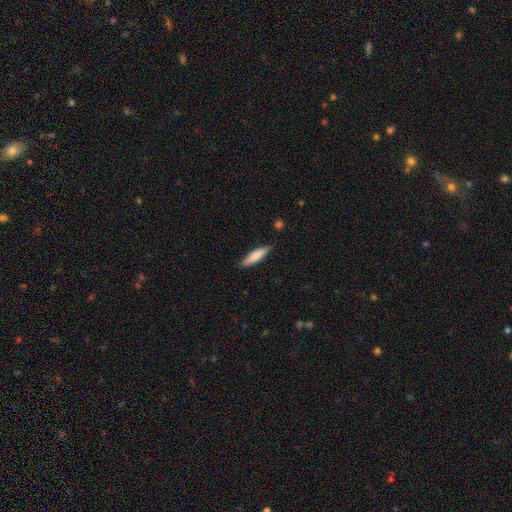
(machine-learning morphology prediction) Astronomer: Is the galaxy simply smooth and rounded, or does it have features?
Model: smooth — 78%.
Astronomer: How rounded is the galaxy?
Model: cigar-shaped — 73%.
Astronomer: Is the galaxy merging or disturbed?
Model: none — 84%.